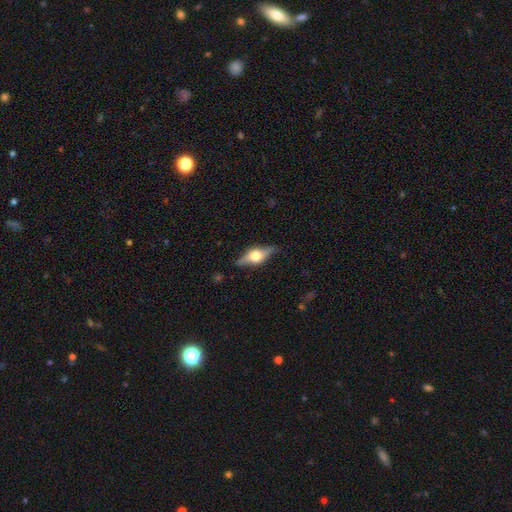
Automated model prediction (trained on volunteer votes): A featured or disk galaxy (68%) viewed edge-on (94%) with a rounded central bulge (94%).

Vote fractions:
- Smooth or featured? featured or disk: 68% / smooth: 25% / star or artifact: 7%
- Edge-on disk? yes: 94% / no: 6%
- Edge-on bulge? rounded: 94% / boxy: 5% / none: 1%
- Merging? none: 85% / minor disturbance: 12% / major disturbance: 3% / merger: 1%